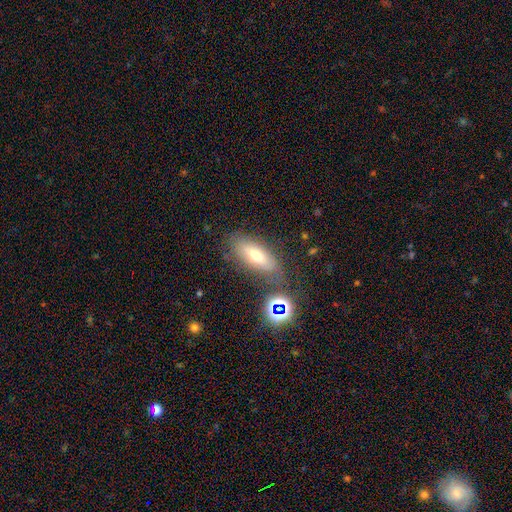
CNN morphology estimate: The model was most divided on "smooth or featured": smooth: 62%, featured or disk: 25%, star or artifact: 13%. More confident: how rounded — in between (72%); merging — none (72%).